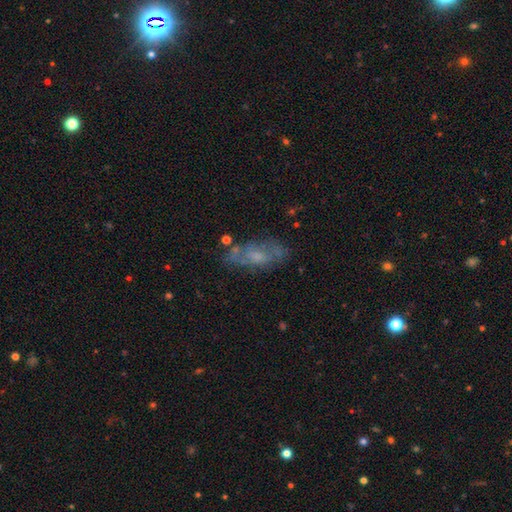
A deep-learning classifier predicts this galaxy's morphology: This is possibly a featured or disk galaxy (49%). Merging: possibly none (60%).